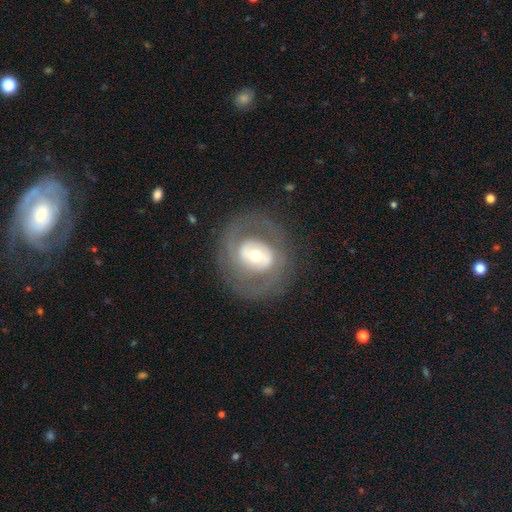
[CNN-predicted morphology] Smooth or featured? Predicted: featured or disk (p=0.70). Edge-on disk? Predicted: no (p=0.96). Bar? Predicted: no (p=0.48). Spiral arms? Predicted: yes (p=0.55). Bulge size? Predicted: moderate (p=0.62). Merging? Predicted: none (p=0.73).